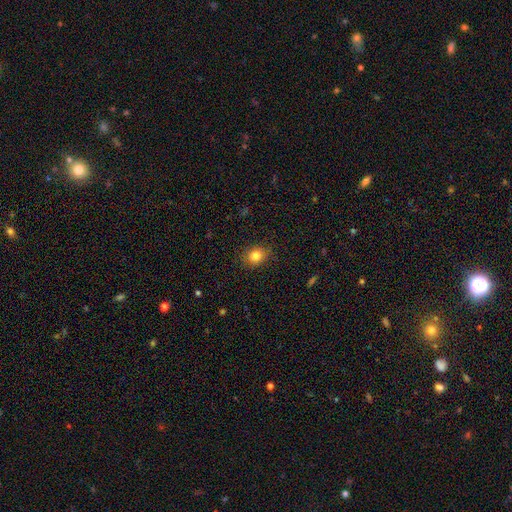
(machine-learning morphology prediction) type=smooth (82%); roundness=round (64%); merging=none (87%).